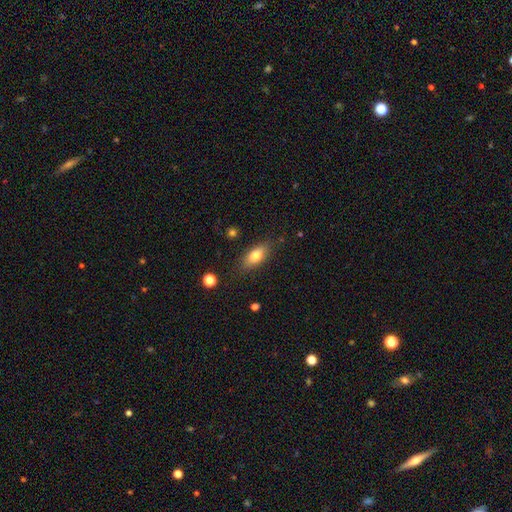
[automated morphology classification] Smooth or featured? Predicted: smooth (p=0.74). How rounded? Predicted: in between (p=0.80). Merging? Predicted: none (p=0.81).